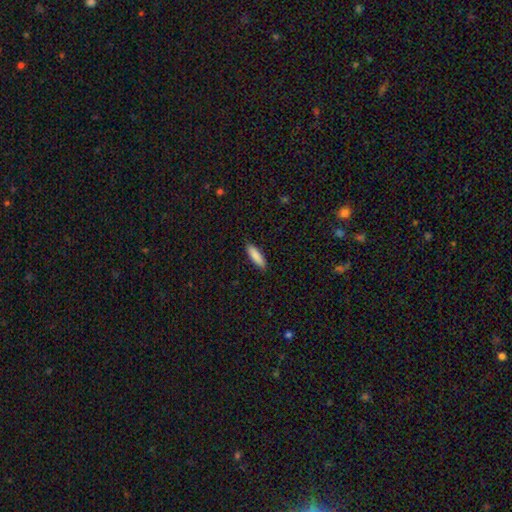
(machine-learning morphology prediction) A smooth galaxy with no disk features (88%) that is cigar-shaped (63%). Merging: none (90%).